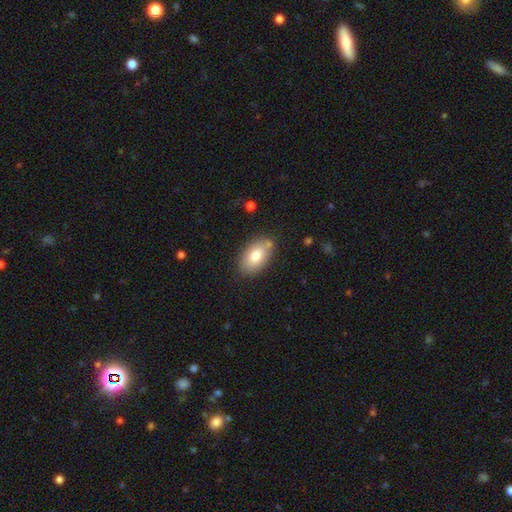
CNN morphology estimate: Smooth or featured?
  - smooth: 77% *
  - featured or disk: 15%
  - star or artifact: 7%
How rounded?
  - in between: 92% *
  - round: 6%
  - cigar-shaped: 2%
Merging?
  - none: 75% *
  - minor disturbance: 16%
  - merger: 6%
  - major disturbance: 3%